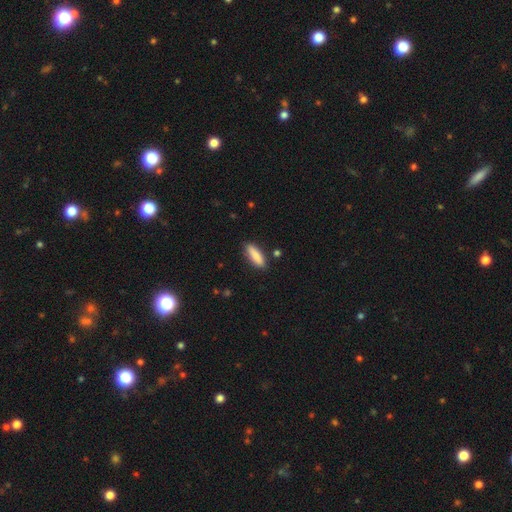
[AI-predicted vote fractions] Morphology: type=smooth (86%); roundness=cigar-shaped (56%); merging=none (85%).